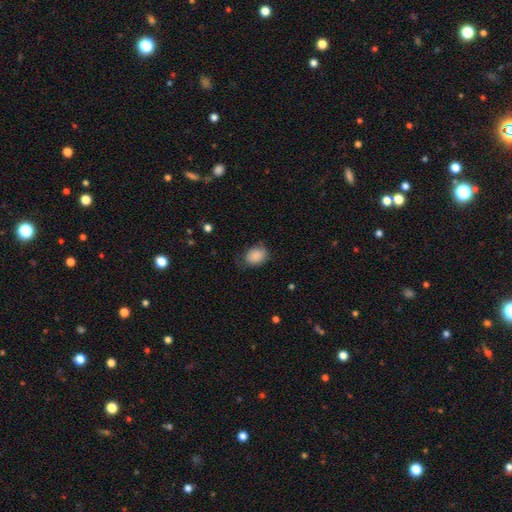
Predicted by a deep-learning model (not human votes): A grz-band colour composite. It shows a smooth galaxy with no disk features (88%) that is in between round and cigar-shaped (61%). Merging: none (68%).